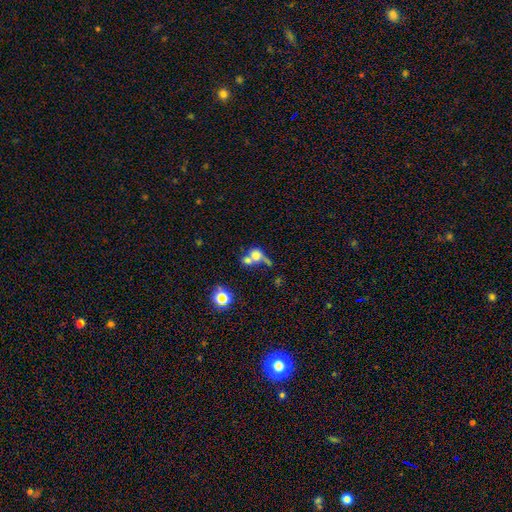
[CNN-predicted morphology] The model was most divided on "how rounded": round: 62%, in between: 35%, cigar-shaped: 3%. More confident: smooth or featured — smooth (64%); merging — merger (57%).